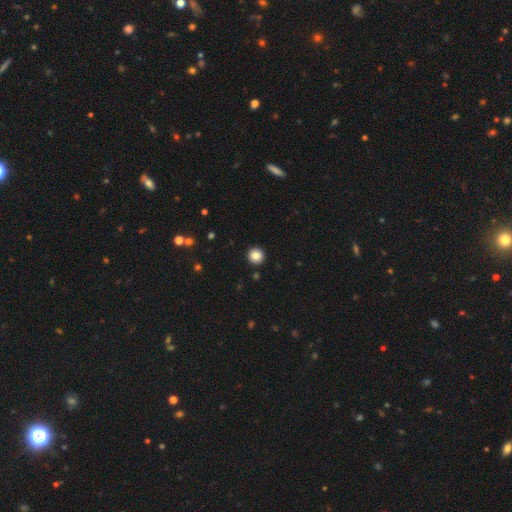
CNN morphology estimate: A smooth galaxy with no disk features (85%) that is round (96%).

Vote fractions:
- Smooth or featured? smooth: 85% / star or artifact: 10% / featured or disk: 5%
- How rounded? round: 96% / in between: 3% / cigar-shaped: 1%
- Merging? none: 94% / minor disturbance: 4% / major disturbance: 1% / merger: 1%